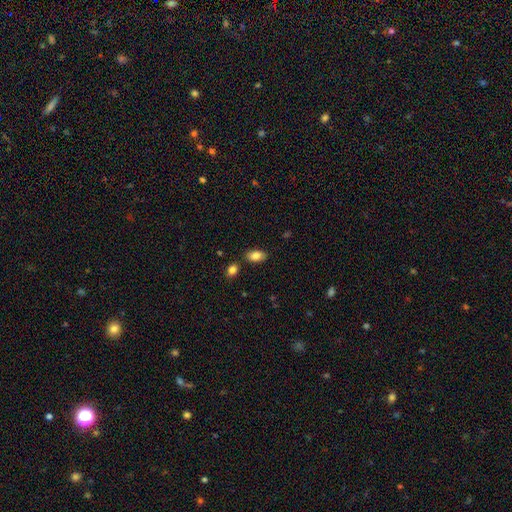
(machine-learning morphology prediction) Smooth or featured?
  - smooth: 85% *
  - featured or disk: 8%
  - star or artifact: 8%
How rounded?
  - in between: 92% *
  - round: 5%
  - cigar-shaped: 2%
Merging?
  - none: 82% *
  - minor disturbance: 11%
  - merger: 5%
  - major disturbance: 2%